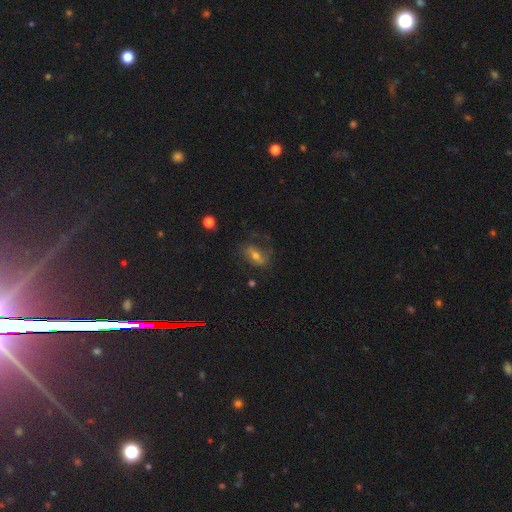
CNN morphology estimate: This is marginally a featured or disk galaxy (43%). Merging: possibly none (60%).